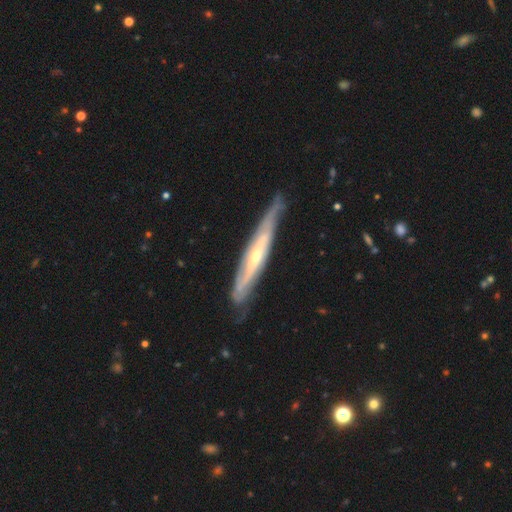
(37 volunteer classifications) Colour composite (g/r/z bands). It shows a featured or disk galaxy (76%) viewed edge-on (54%) with a rounded central bulge (53%). Merging: none (47%).